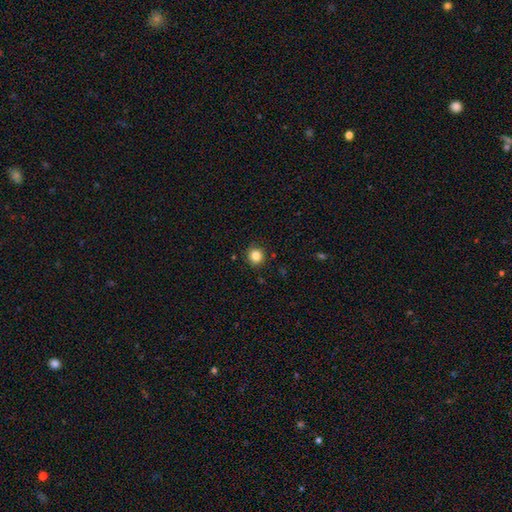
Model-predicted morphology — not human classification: The model was most divided on "smooth or featured": smooth: 84%, star or artifact: 11%, featured or disk: 5%. More confident: how rounded — round (92%); merging — none (90%).